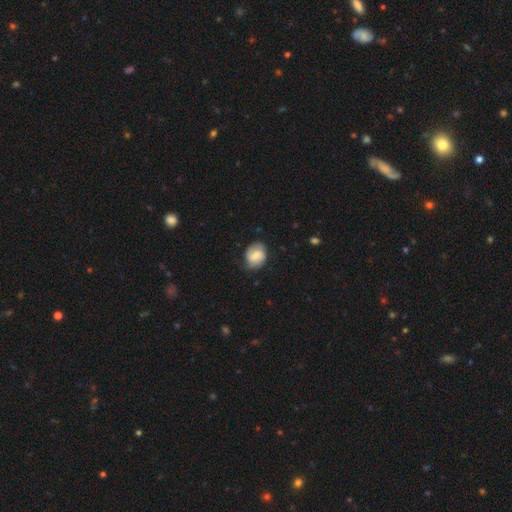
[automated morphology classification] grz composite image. It shows a smooth galaxy with no disk features (53%) that is round (51%). Merging: none (72%).